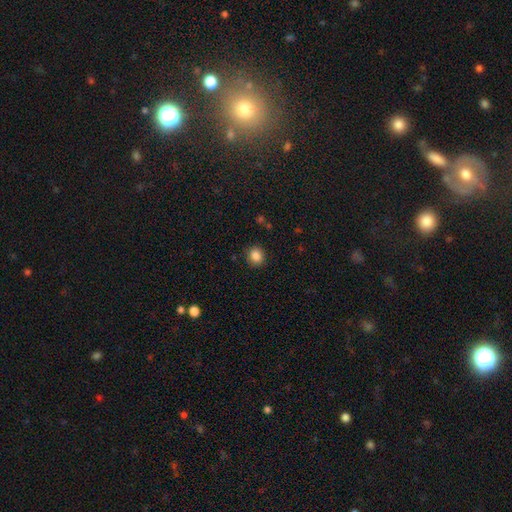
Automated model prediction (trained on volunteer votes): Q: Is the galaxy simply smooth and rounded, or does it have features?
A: smooth — 86%.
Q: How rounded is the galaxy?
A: round — 83%.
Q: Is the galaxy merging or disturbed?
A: none — 89%.